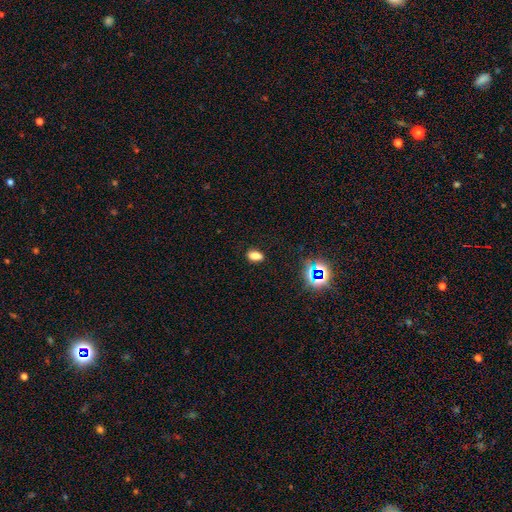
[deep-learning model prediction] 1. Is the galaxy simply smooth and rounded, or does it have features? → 76% smooth, 18% star or artifact, 6% featured or disk.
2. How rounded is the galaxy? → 85% in between, 9% round, 5% cigar-shaped.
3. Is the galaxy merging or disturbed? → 86% none, 10% minor disturbance, 3% major disturbance, 1% merger.